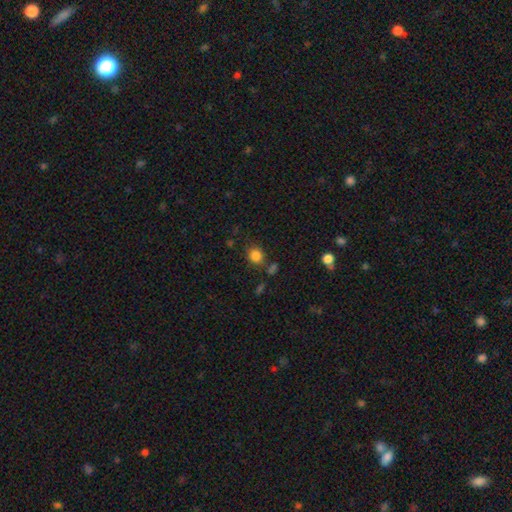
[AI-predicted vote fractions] Smooth or featured?
  - smooth: 83% *
  - star or artifact: 12%
  - featured or disk: 5%
How rounded?
  - round: 77% *
  - in between: 22%
  - cigar-shaped: 1%
Merging?
  - none: 75% *
  - minor disturbance: 12%
  - merger: 8%
  - major disturbance: 4%